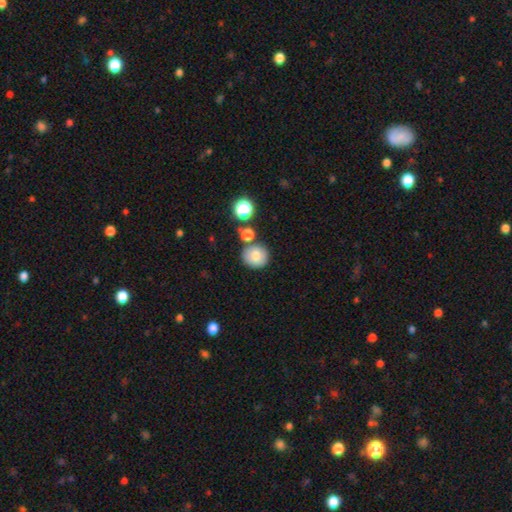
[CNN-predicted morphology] smooth-or-featured: smooth: 76% | featured or disk: 13% | star or artifact: 11%
  how-rounded: round: 88% | in between: 11% | cigar-shaped: 1%
  merging: none: 75% | merger: 12% | minor disturbance: 10% | major disturbance: 3%